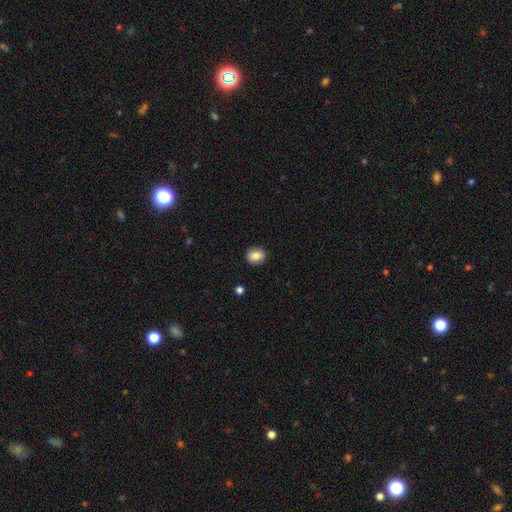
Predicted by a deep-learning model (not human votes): smooth-or-featured: smooth: 85% | star or artifact: 9% | featured or disk: 6%
  how-rounded: round: 64% | in between: 35% | cigar-shaped: 1%
  merging: none: 90% | minor disturbance: 7% | major disturbance: 2% | merger: 1%